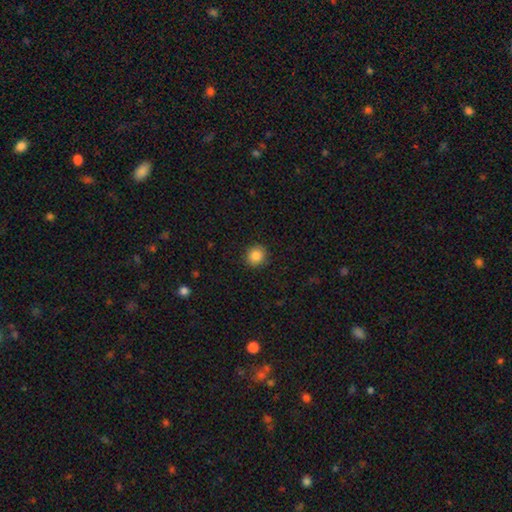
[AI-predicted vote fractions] Smooth or featured: smooth — 86% (star or artifact — 9%)
How rounded: round — 88% (in between — 11%)
Merging: none — 90% (minor disturbance — 7%)